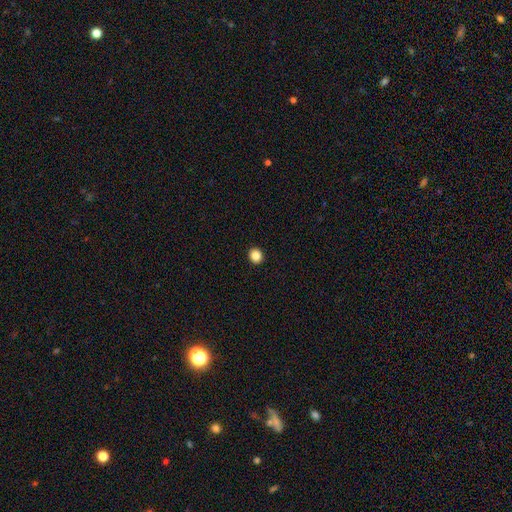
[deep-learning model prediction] Overall: smooth (85%). How rounded: round (82%). Merging: none (93%).